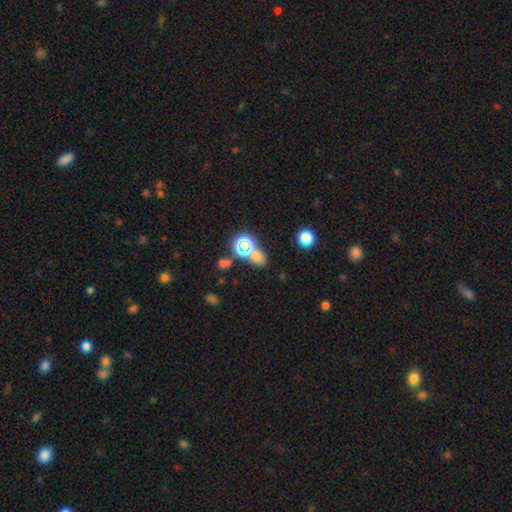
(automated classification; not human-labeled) smooth 52%, star or artifact 39%, featured or disk 10%. Down the decision tree: how rounded — in between (57%); merging — none (61%).